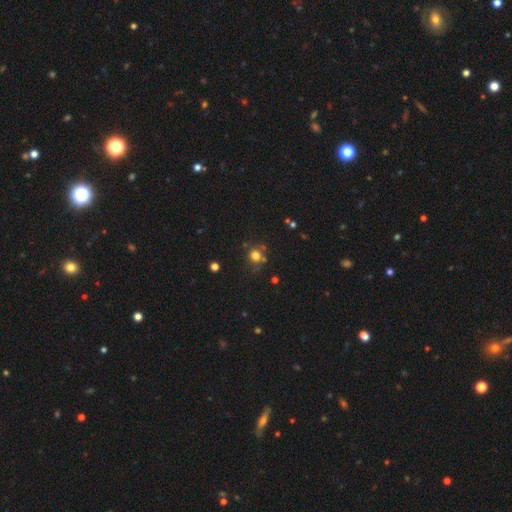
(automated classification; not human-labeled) smooth-or-featured: smooth: 74% | star or artifact: 17% | featured or disk: 9%
  how-rounded: round: 87% | in between: 12% | cigar-shaped: 1%
  merging: none: 68% | minor disturbance: 15% | merger: 11% | major disturbance: 7%